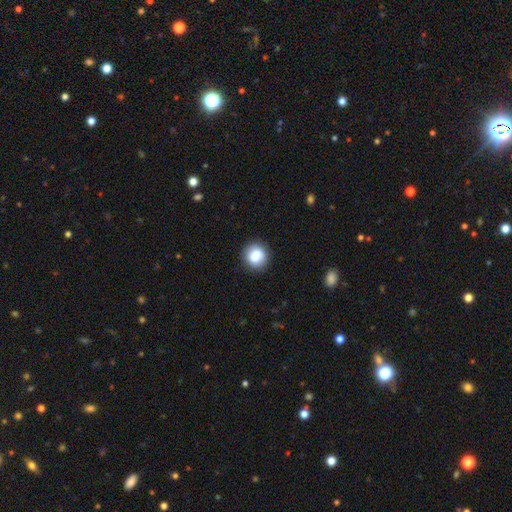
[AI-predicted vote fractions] A smooth galaxy with no disk features (82%) that is round (83%).

Vote fractions:
- Smooth or featured? smooth: 82% / featured or disk: 9% / star or artifact: 9%
- How rounded? round: 83% / in between: 16% / cigar-shaped: 1%
- Merging? none: 87% / minor disturbance: 9% / major disturbance: 2% / merger: 1%